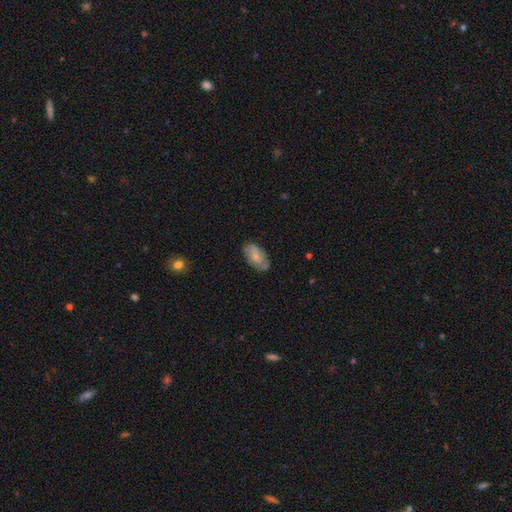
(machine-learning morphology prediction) Smooth or featured? Predicted: smooth (p=0.59). How rounded? Predicted: in between (p=0.93). Merging? Predicted: none (p=0.66).